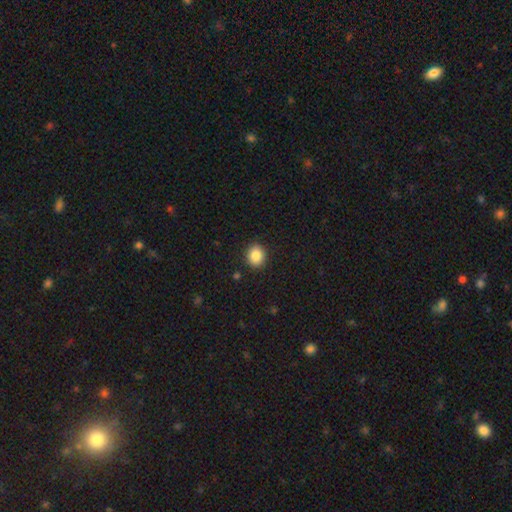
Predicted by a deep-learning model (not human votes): smooth_or_featured: smooth (p=0.87) [alt: star or artifact p=0.09]
how_rounded: round (p=0.72) [alt: in between p=0.27]
merging: none (p=0.90) [alt: minor disturbance p=0.07]